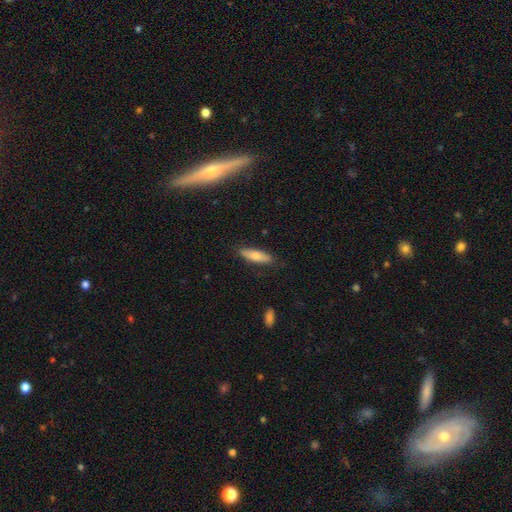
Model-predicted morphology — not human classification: The model was most divided on "how rounded": cigar-shaped: 60%, in between: 38%, round: 2%. More confident: merging — none (85%); smooth or featured — smooth (71%).